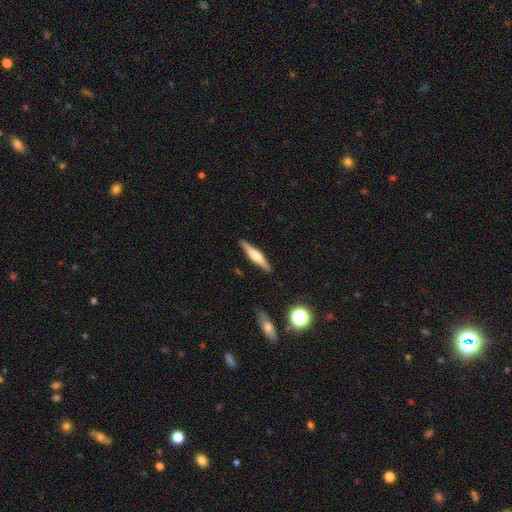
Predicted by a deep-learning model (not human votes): smooth-or-featured: featured or disk: 56% | smooth: 38% | star or artifact: 6%
  disk-edge-on: yes: 97% | no: 3%
    edge-on-bulge: rounded: 74% | boxy: 18% | none: 8%
  merging: none: 90% | minor disturbance: 7% | major disturbance: 2% | merger: 1%